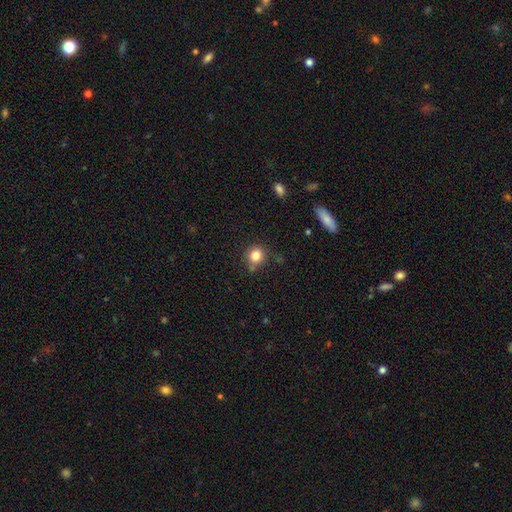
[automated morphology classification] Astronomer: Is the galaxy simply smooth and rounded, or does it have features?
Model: smooth — 82%.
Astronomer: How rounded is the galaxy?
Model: round — 87%.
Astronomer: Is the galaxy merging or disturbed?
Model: none — 77%.